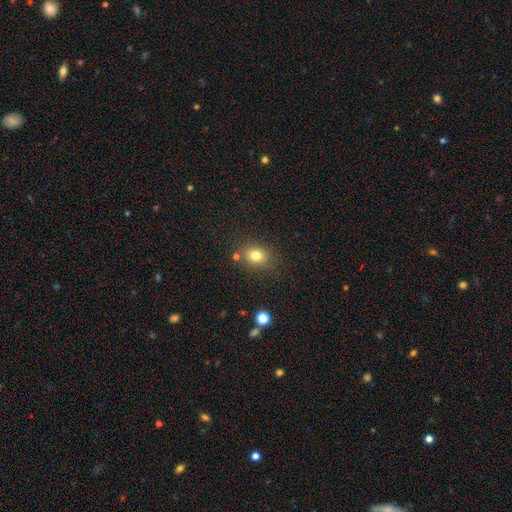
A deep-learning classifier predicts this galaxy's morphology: Q: Smooth or featured?
A: smooth (79%); runner-up: star or artifact (13%)
Q: How rounded?
A: round (53%); runner-up: in between (46%)
Q: Merging?
A: none (80%); runner-up: minor disturbance (11%)